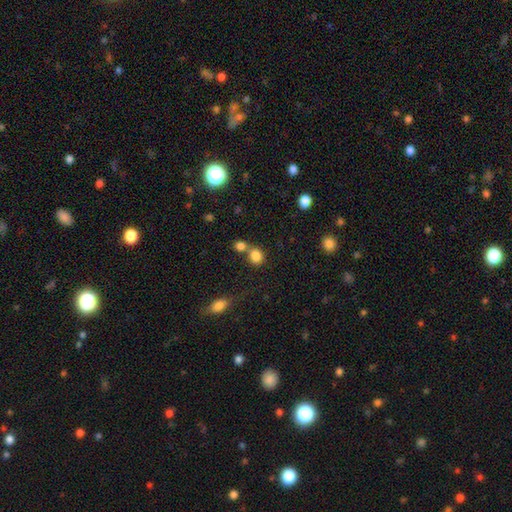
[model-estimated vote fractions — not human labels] Smooth or featured?
  - smooth: 83% *
  - star or artifact: 11%
  - featured or disk: 6%
How rounded?
  - round: 73% *
  - in between: 26%
  - cigar-shaped: 1%
Merging?
  - none: 44% *
  - merger: 43%
  - minor disturbance: 8%
  - major disturbance: 4%